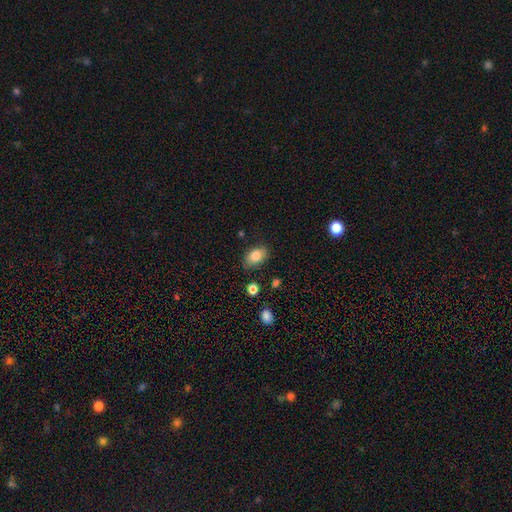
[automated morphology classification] smooth 82%, featured or disk 10%, star or artifact 8%. Down the decision tree: how rounded — in between (85%); merging — none (81%).